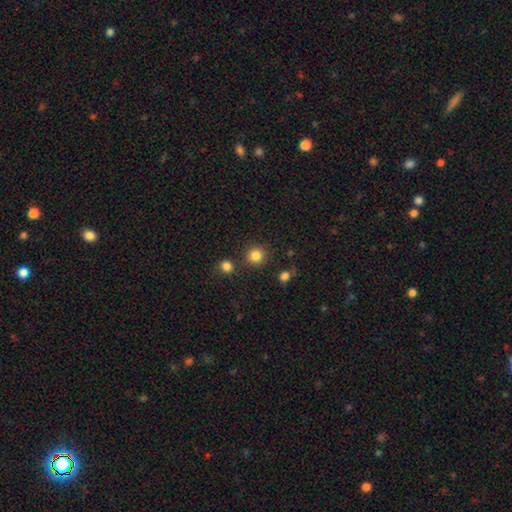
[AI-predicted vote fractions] This appears to be a smooth galaxy with no disk features (84%) that is round (93%). Merging: none (84%).